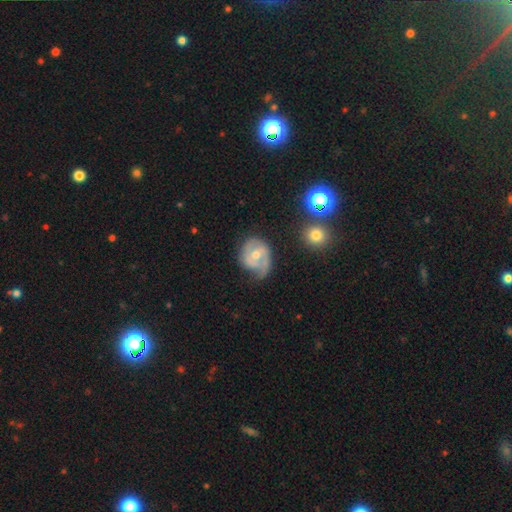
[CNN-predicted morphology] The model was most divided on "spiral winding": tight: 42%, medium: 39%, loose: 19%. Remaining: edge-on disk — no (97%); spiral arms — yes (83%); smooth or featured — featured or disk (70%); bulge size — moderate (63%); bar — no (54%); spiral arm count — 2 (47%); merging — none (46%).